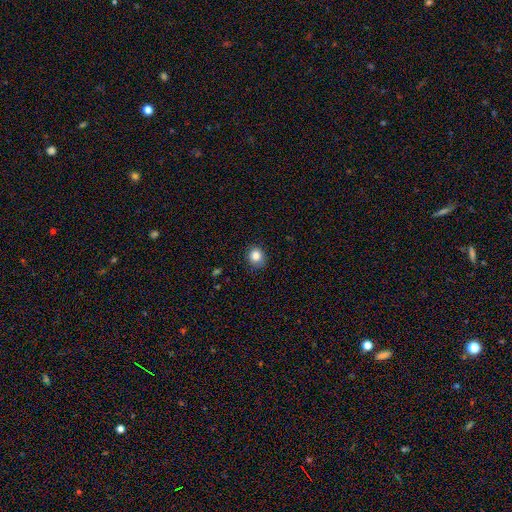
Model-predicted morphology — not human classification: A smooth galaxy with no disk features (85%) that is round (76%).

Vote fractions:
- Smooth or featured? smooth: 85% / star or artifact: 10% / featured or disk: 5%
- How rounded? round: 76% / in between: 23% / cigar-shaped: 1%
- Merging? none: 82% / minor disturbance: 14% / major disturbance: 3% / merger: 1%